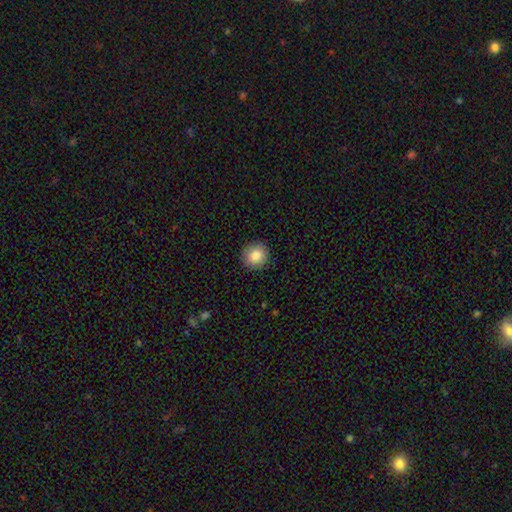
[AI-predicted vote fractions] smooth_or_featured: smooth (p=0.83) [alt: star or artifact p=0.09]
how_rounded: round (p=0.88) [alt: in between p=0.11]
merging: none (p=0.91) [alt: minor disturbance p=0.06]